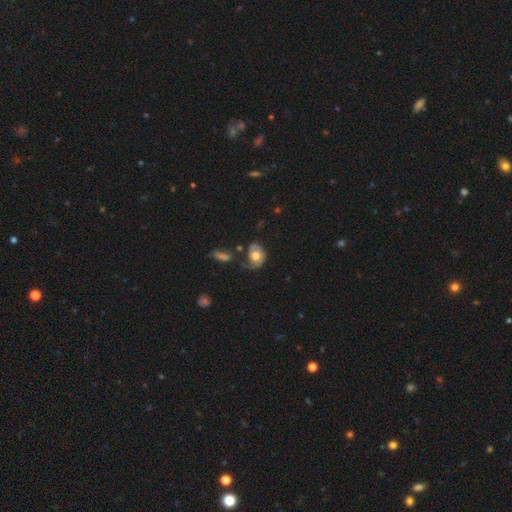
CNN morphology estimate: Overall: featured or disk (62%; smooth 32%). Edge-on disk: no (97%). Bar: no (81%). Spiral arms: yes (79%). Bulge size: moderate (56%; large 34%). Merging: none (43%; minor disturbance 25%).